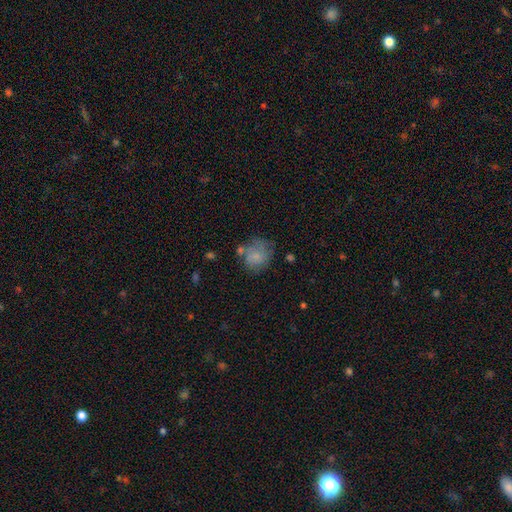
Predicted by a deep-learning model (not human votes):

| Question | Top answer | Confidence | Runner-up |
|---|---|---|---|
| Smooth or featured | smooth | 74% | featured or disk (17%) |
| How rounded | round | 75% | in between (24%) |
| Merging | none | 51% | minor disturbance (25%) |